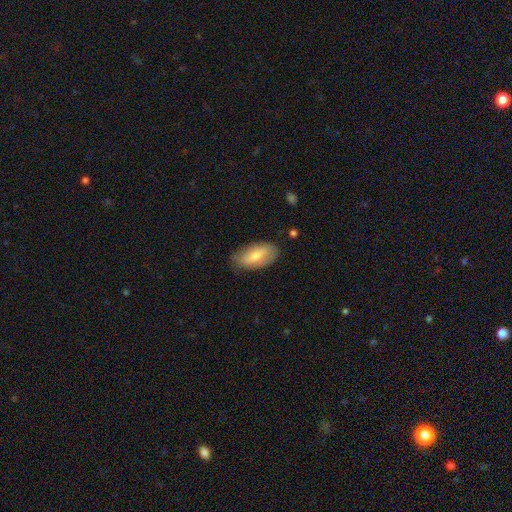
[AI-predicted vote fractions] Overall: smooth (70%). How rounded: in between (91%). Merging: none (75%).